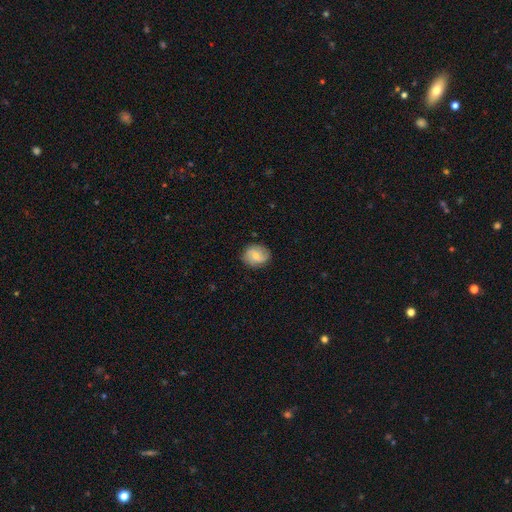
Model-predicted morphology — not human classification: The model was most divided on "smooth or featured": smooth: 51%, featured or disk: 42%, star or artifact: 8%. More confident: merging — none (82%); how rounded — round (68%).